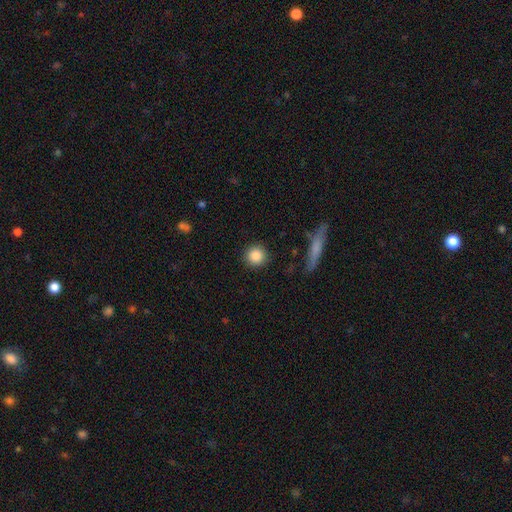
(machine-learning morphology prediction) This appears to be a smooth galaxy with no disk features (87%) that is round (93%). Merging: none (90%).